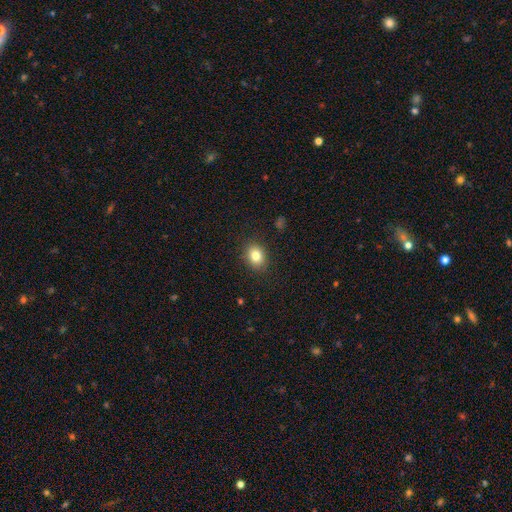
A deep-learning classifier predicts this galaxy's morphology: Smooth or featured? Predicted: smooth (p=0.82). How rounded? Predicted: in between (p=0.55). Merging? Predicted: none (p=0.88).